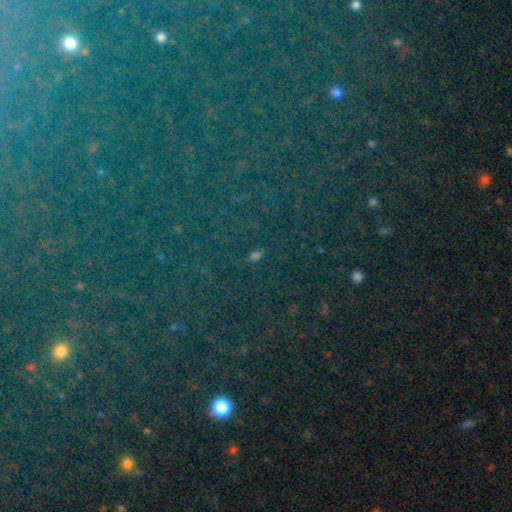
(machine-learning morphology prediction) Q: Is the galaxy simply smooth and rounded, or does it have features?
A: star or artifact — 82%.